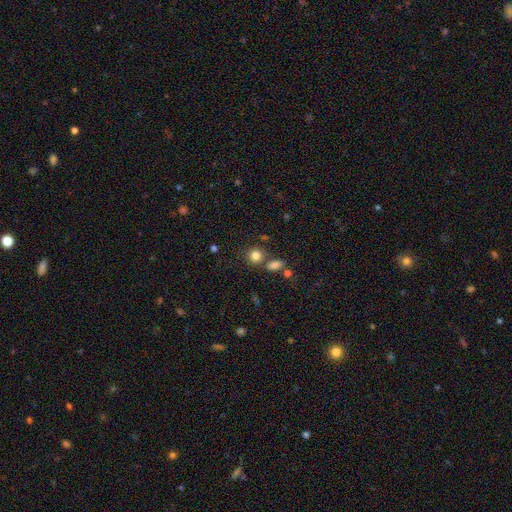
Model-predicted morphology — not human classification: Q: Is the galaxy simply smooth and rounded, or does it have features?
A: smooth — 82%.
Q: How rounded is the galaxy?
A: round — 82%.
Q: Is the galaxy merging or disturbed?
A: none — 68%.